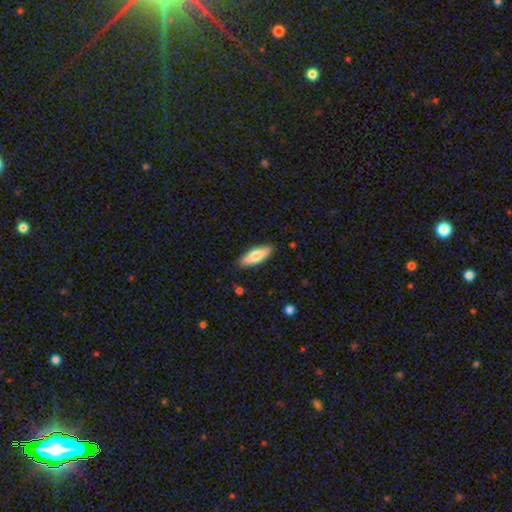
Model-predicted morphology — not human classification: smooth_or_featured: smooth (p=0.70) [alt: featured or disk p=0.24]
how_rounded: in between (p=0.61) [alt: cigar-shaped p=0.37]
merging: none (p=0.87) [alt: minor disturbance p=0.10]